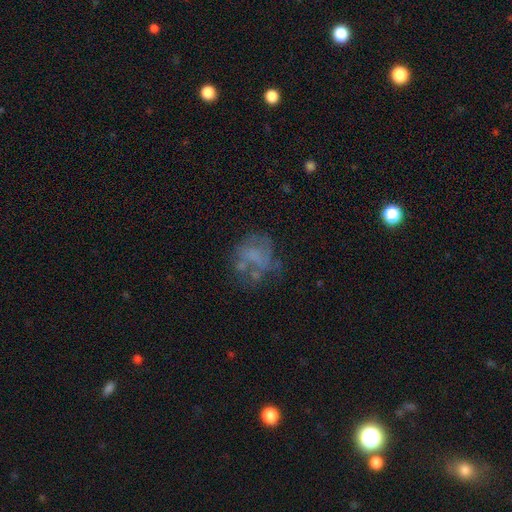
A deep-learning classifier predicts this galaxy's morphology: Q: Smooth or featured?
A: featured or disk (49%); runner-up: smooth (36%)
Q: Merging?
A: none (43%); runner-up: major disturbance (27%)